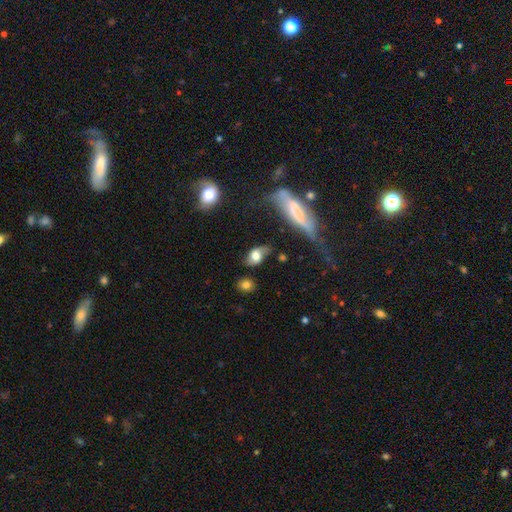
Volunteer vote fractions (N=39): A smooth galaxy with no disk features (54%) that is in between round and cigar-shaped (76%).

Vote fractions:
- Smooth or featured? smooth: 54% / featured or disk: 44% / star or artifact: 3%
- How rounded? in between: 76% / round: 14% / cigar-shaped: 10%
- Merging? none: 37% (tied) / minor disturbance: 37% (tied) / major disturbance: 18% / merger: 8%